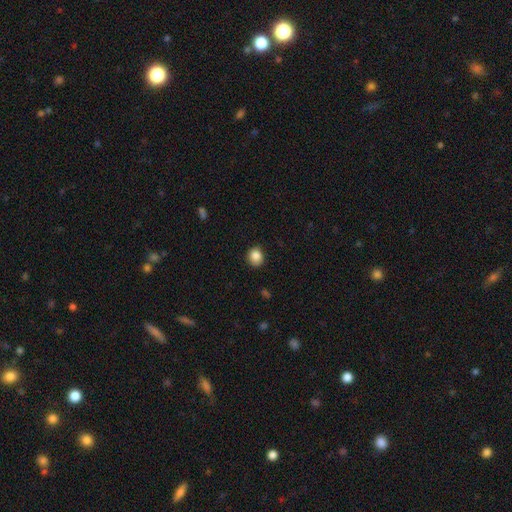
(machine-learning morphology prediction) smooth_or_featured: smooth (p=0.87) [alt: star or artifact p=0.09]
how_rounded: round (p=0.75) [alt: in between p=0.24]
merging: none (p=0.83) [alt: minor disturbance p=0.13]